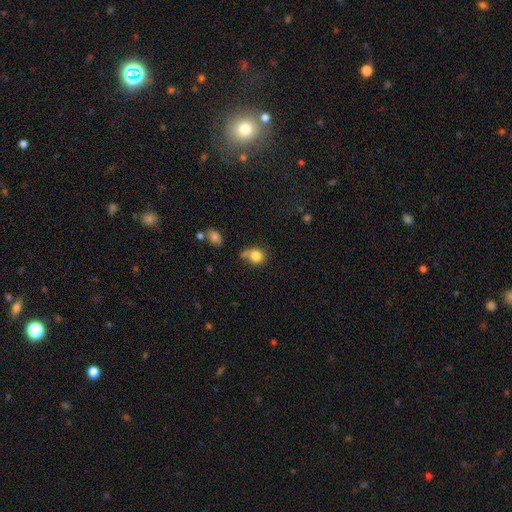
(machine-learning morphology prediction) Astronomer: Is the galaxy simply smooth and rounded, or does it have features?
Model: smooth — 82%.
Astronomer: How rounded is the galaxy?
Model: round — 71%.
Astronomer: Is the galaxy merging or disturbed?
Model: none — 49% (runner-up: minor disturbance, 24%).